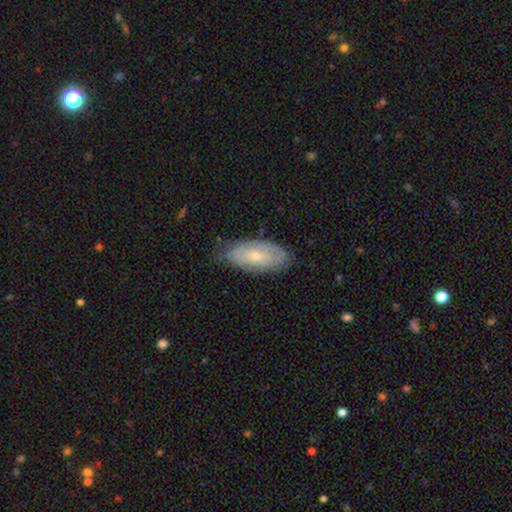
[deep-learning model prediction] smooth_or_featured: featured or disk (p=0.50) [alt: smooth p=0.43]
disk_edge_on: no (p=0.88) [alt: yes p=0.12]
merging: none (p=0.70) [alt: minor disturbance p=0.24]